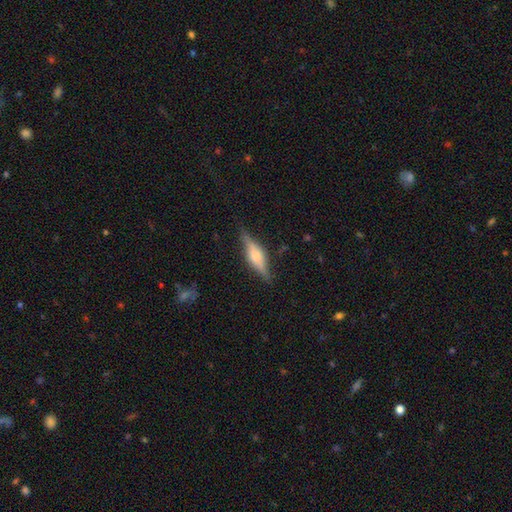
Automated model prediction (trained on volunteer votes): Smooth or featured: featured or disk — 67% (smooth — 26%)
Edge-on disk: yes — 95% (no — 5%)
Edge-on bulge: rounded — 83% (boxy — 13%)
Merging: none — 84% (minor disturbance — 12%)